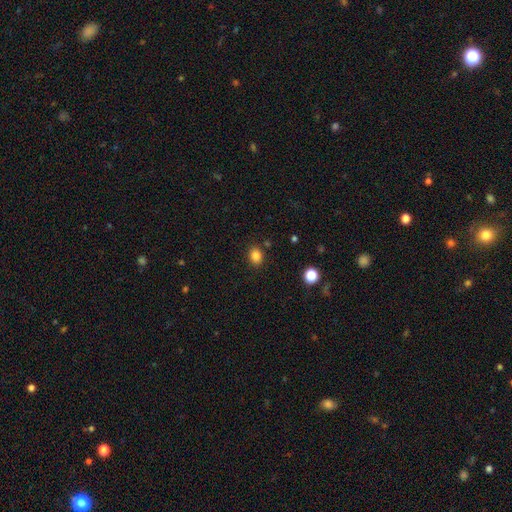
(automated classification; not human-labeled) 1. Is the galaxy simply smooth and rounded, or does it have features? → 84% smooth, 12% star or artifact, 5% featured or disk.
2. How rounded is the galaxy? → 53% in between, 46% round, 1% cigar-shaped.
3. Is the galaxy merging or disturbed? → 86% none, 9% minor disturbance, 3% major disturbance, 2% merger.